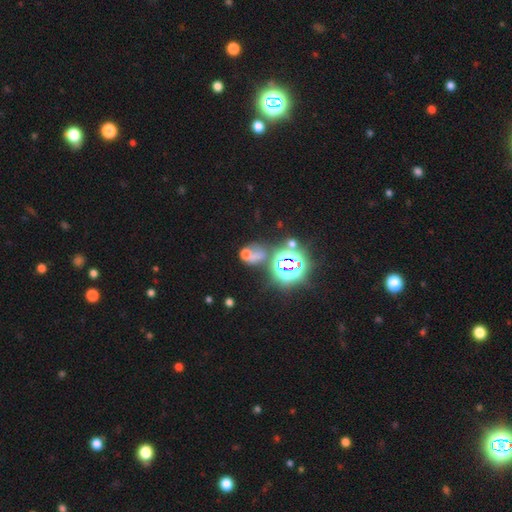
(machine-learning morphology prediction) smooth_or_featured: smooth (p=0.41) [tied with: star or artifact p=0.41]
merging: merger (p=0.36) [alt: none p=0.34]